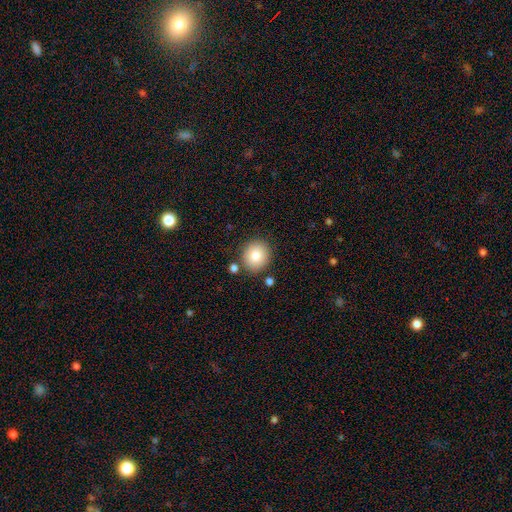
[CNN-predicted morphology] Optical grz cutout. It shows a smooth galaxy with no disk features (84%) that is round (81%). Merging: none (83%).